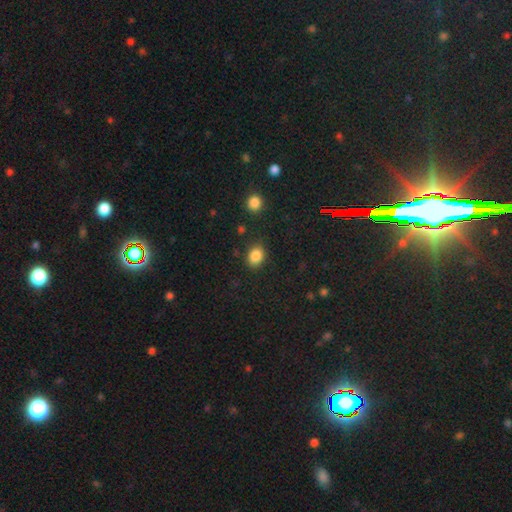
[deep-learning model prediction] Smooth or featured: smooth — 86% (star or artifact — 10%)
How rounded: in between — 61% (round — 38%)
Merging: none — 82% (minor disturbance — 12%)